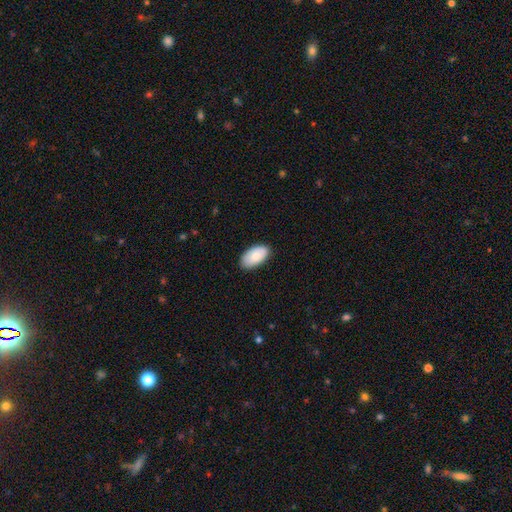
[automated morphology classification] A smooth galaxy with no disk features (84%) that is in between round and cigar-shaped (96%). Merging: none (86%).